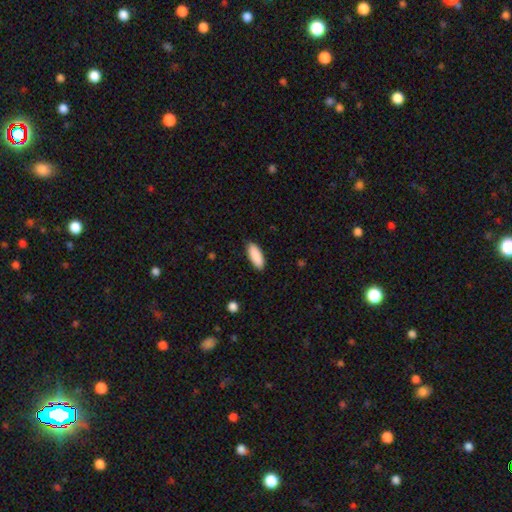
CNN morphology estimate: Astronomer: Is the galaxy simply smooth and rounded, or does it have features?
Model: smooth — 90%.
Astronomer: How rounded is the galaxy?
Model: in between — 78%.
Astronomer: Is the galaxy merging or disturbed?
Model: none — 89%.